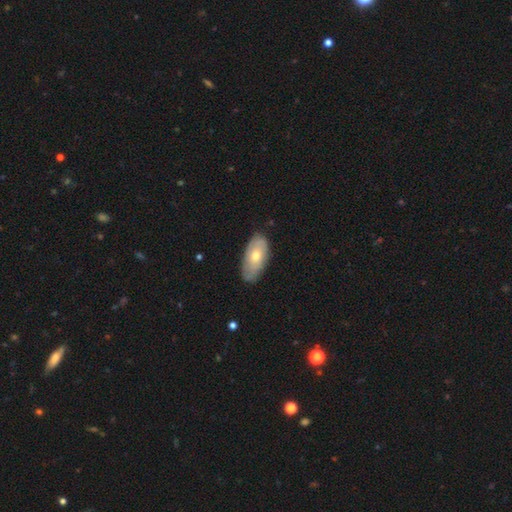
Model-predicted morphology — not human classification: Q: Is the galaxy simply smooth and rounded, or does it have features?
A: smooth — 59%.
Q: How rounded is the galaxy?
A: in between — 91%.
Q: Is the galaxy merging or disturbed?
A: none — 77%.